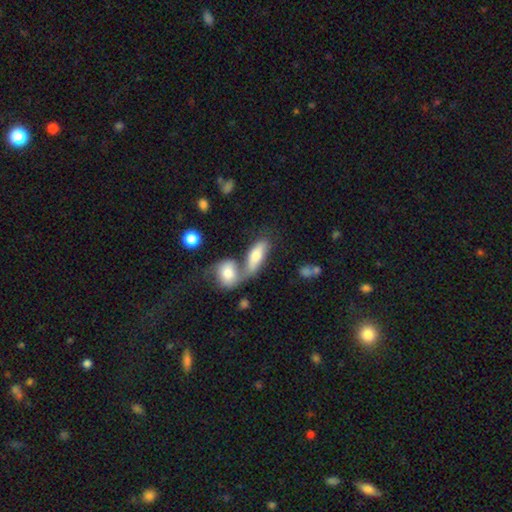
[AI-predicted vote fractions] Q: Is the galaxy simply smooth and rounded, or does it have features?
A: smooth — 72%.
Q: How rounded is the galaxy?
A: in between — 75%.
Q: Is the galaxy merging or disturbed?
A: merger — 60%.